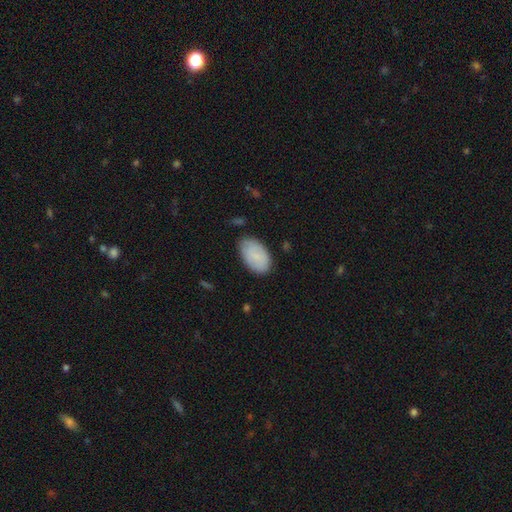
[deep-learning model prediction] This is clearly a smooth galaxy (81%). How rounded: clearly in between (94%). Merging: likely none (77%).